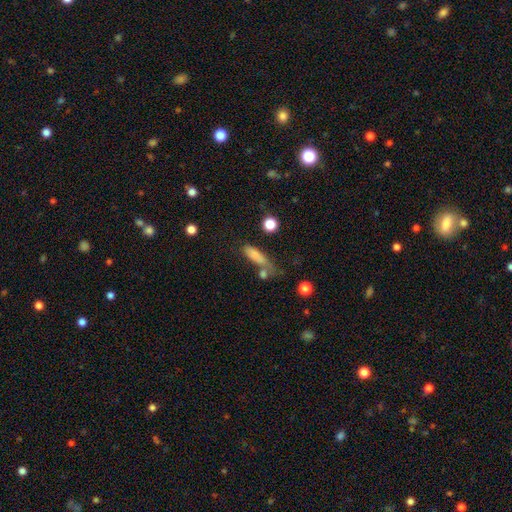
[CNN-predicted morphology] type=smooth (77%); roundness=cigar-shaped (53%); merging=none (45%).